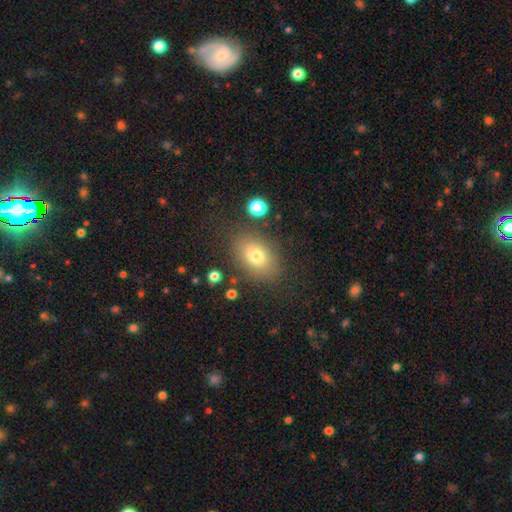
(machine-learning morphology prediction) smooth_or_featured: smooth (p=0.76) [alt: featured or disk p=0.13]
how_rounded: in between (p=0.75) [alt: round p=0.24]
merging: none (p=0.79) [alt: minor disturbance p=0.13]